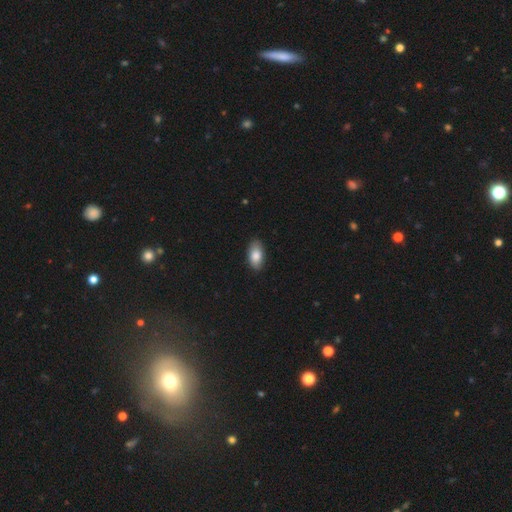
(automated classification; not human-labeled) smooth 85%, featured or disk 9%, star or artifact 6%. Down the decision tree: how rounded — in between (93%); merging — none (86%).